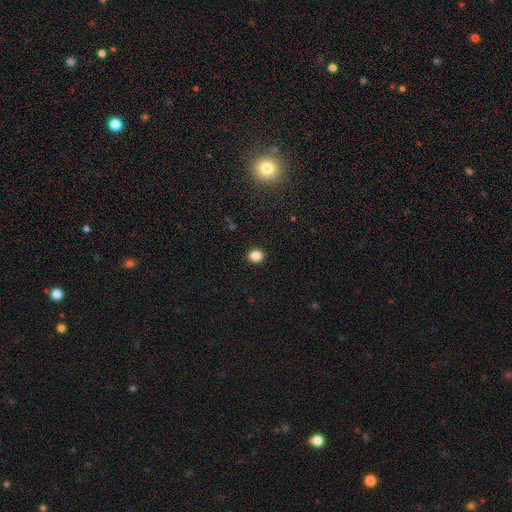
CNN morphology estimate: smooth-or-featured: smooth: 85% | star or artifact: 12% | featured or disk: 4%
  how-rounded: round: 82% | in between: 17% | cigar-shaped: 1%
  merging: none: 92% | minor disturbance: 5% | major disturbance: 2% | merger: 1%